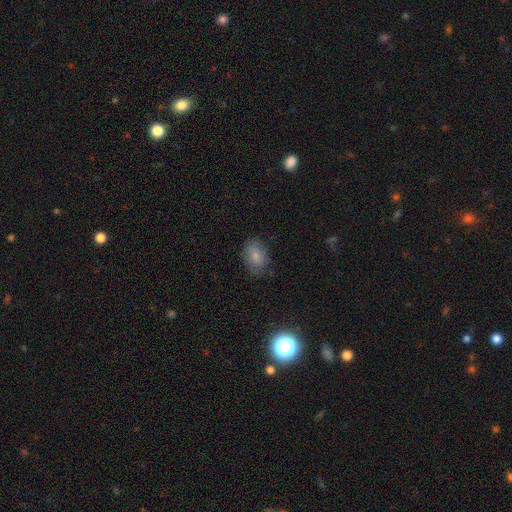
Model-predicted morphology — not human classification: Smooth or featured?
  - smooth: 81% *
  - featured or disk: 11%
  - star or artifact: 8%
How rounded?
  - in between: 82% *
  - round: 17%
  - cigar-shaped: 1%
Merging?
  - none: 76% *
  - minor disturbance: 18%
  - major disturbance: 4%
  - merger: 1%